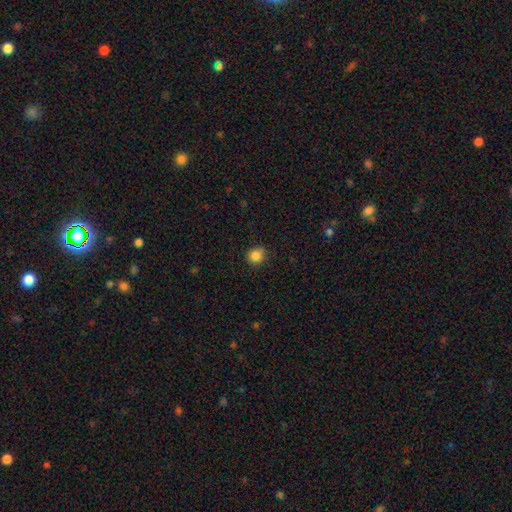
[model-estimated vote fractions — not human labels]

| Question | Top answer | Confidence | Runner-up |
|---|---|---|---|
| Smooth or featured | smooth | 86% | star or artifact (10%) |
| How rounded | round | 81% | in between (18%) |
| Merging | none | 87% | minor disturbance (10%) |